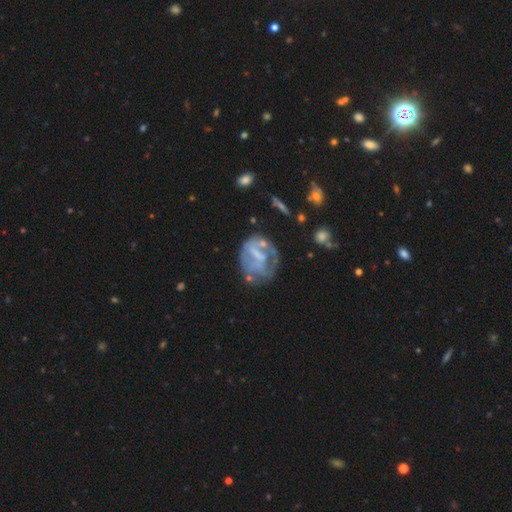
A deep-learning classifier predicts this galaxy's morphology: This appears to be a featured or disk galaxy (64%) with a weak bar (38%, tied with no), no spiral arms (56%) and no central bulge (50%). Merging: none (43%).